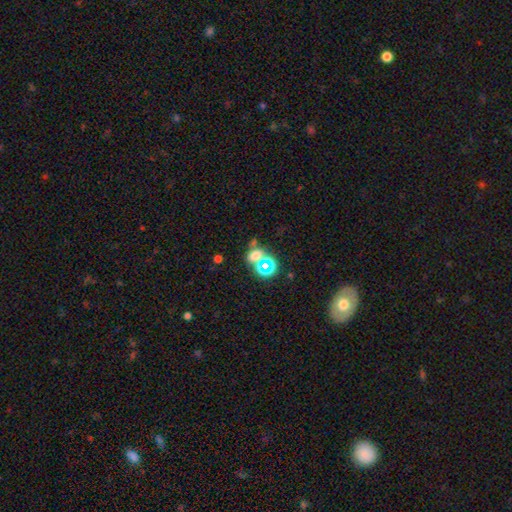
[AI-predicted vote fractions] The model was most divided on "how rounded": in between: 50%, round: 48%, cigar-shaped: 2%. Remaining: smooth or featured — smooth (53%); merging — merger (46%).